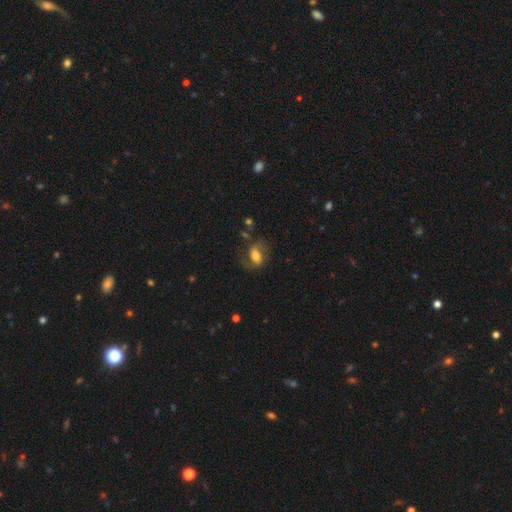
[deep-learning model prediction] This appears to be a smooth galaxy with no disk features (50%). Merging: none (54%).